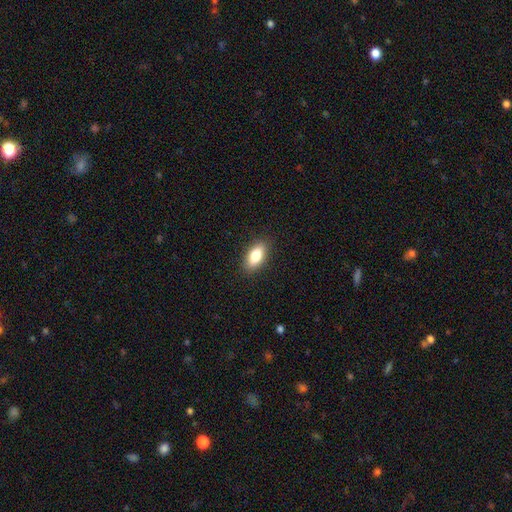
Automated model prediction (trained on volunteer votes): smooth 79%, featured or disk 13%, star or artifact 7%. Down the decision tree: how rounded — in between (85%); merging — none (88%).